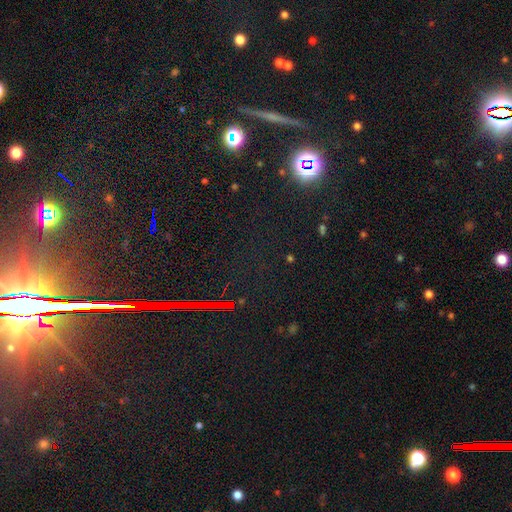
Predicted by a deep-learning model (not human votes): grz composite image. It shows a star or artifact, not a galaxy (84%).